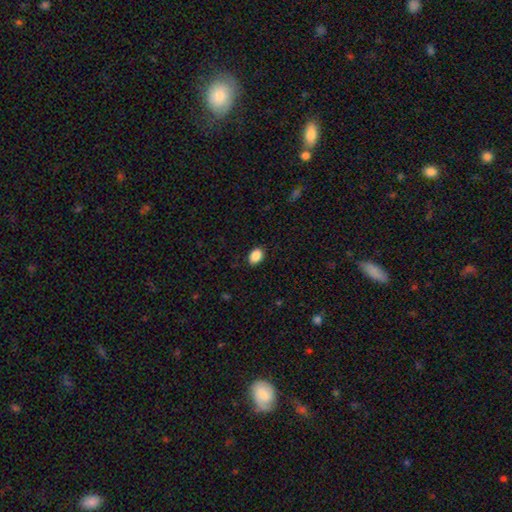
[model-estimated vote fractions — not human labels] Overall: smooth (89%). How rounded: in between (79%). Merging: none (88%).